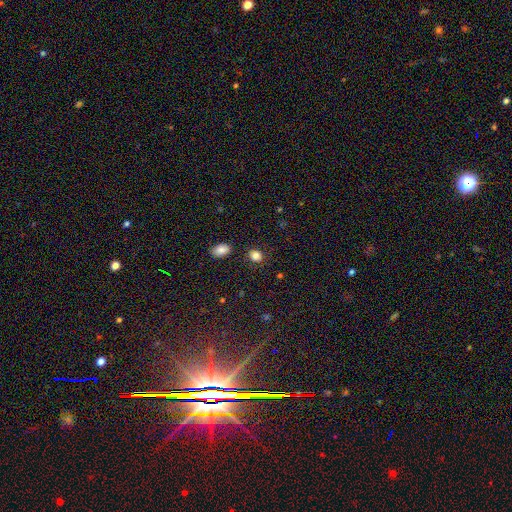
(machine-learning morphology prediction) smooth-or-featured: smooth: 84% | star or artifact: 11% | featured or disk: 5%
  how-rounded: round: 51% | in between: 48% | cigar-shaped: 1%
  merging: none: 82% | minor disturbance: 11% | merger: 4% | major disturbance: 3%